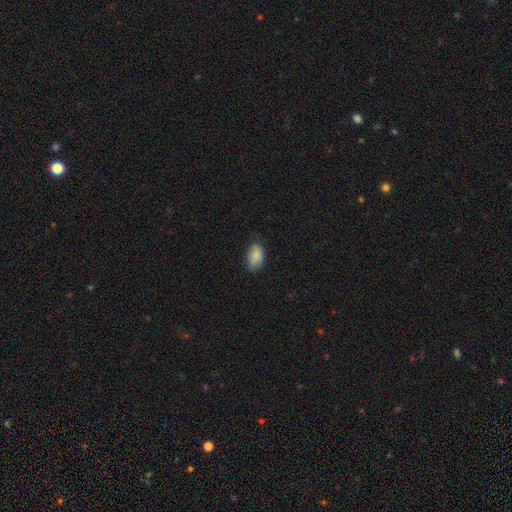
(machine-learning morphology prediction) type=smooth (85%); roundness=in between (90%); merging=none (65%).